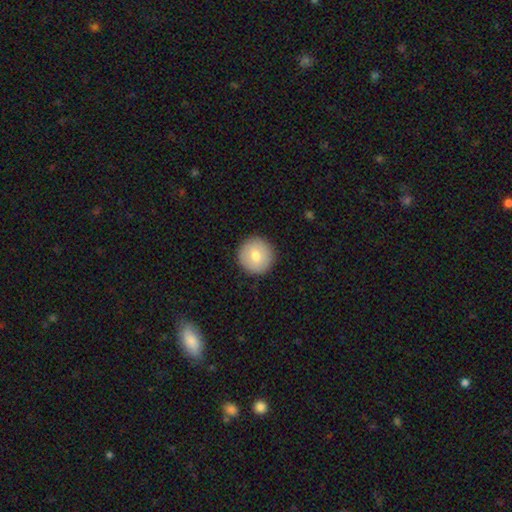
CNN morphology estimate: Smooth or featured: smooth — 76% (featured or disk — 16%)
How rounded: round — 96% (in between — 3%)
Merging: none — 92% (minor disturbance — 5%)